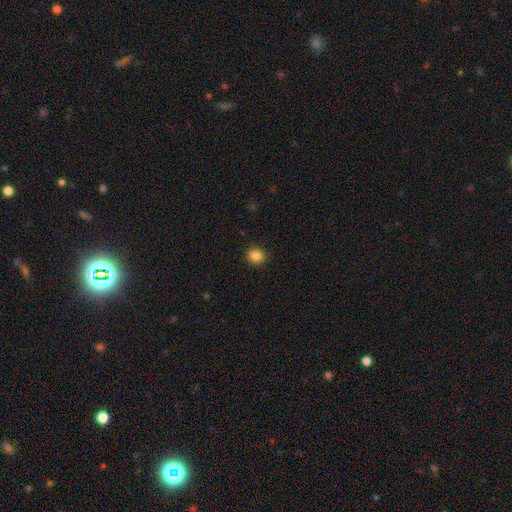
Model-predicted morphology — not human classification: This is clearly a smooth galaxy (86%). How rounded: likely round (78%). Merging: clearly none (91%).